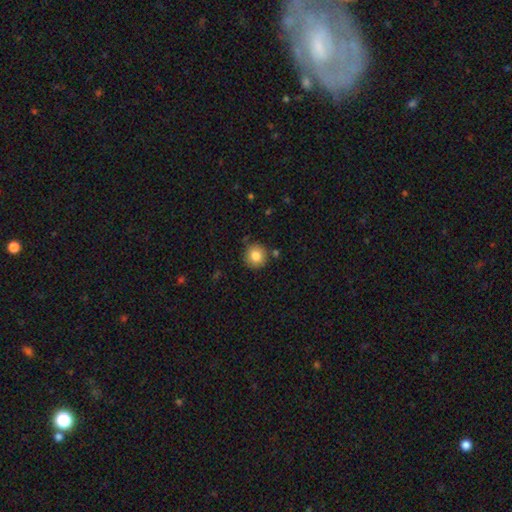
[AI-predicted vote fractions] smooth_or_featured: smooth (p=0.83) [alt: star or artifact p=0.10]
how_rounded: round (p=0.93) [alt: in between p=0.06]
merging: none (p=0.84) [alt: minor disturbance p=0.09]